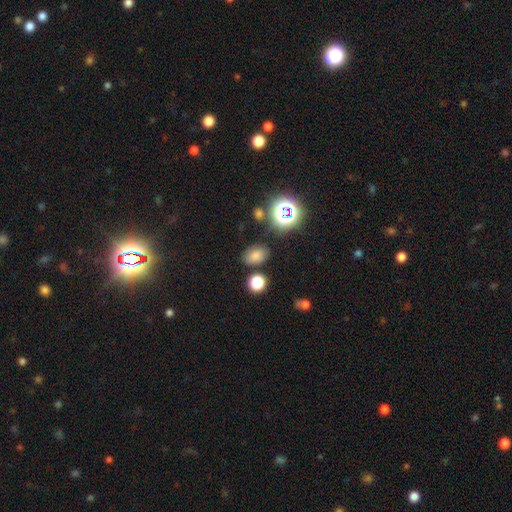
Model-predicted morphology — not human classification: A smooth galaxy with no disk features (72%) that is in between round and cigar-shaped (78%).

Vote fractions:
- Smooth or featured? smooth: 72% / star or artifact: 20% / featured or disk: 9%
- How rounded? in between: 78% / round: 21% / cigar-shaped: 1%
- Merging? none: 77% / minor disturbance: 14% / merger: 5% / major disturbance: 4%